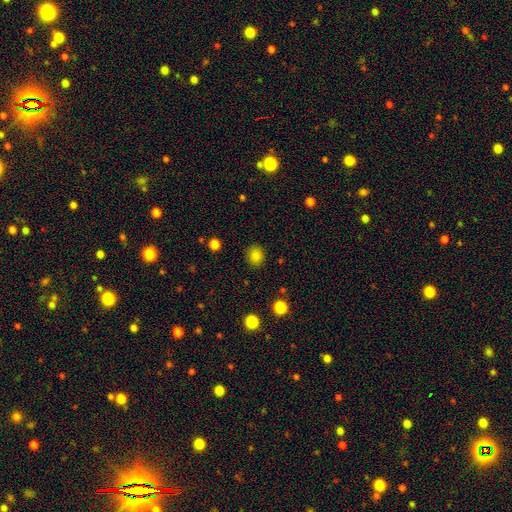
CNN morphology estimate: This appears to be a smooth galaxy with no disk features (84%) that is round (79%). Merging: none (88%).